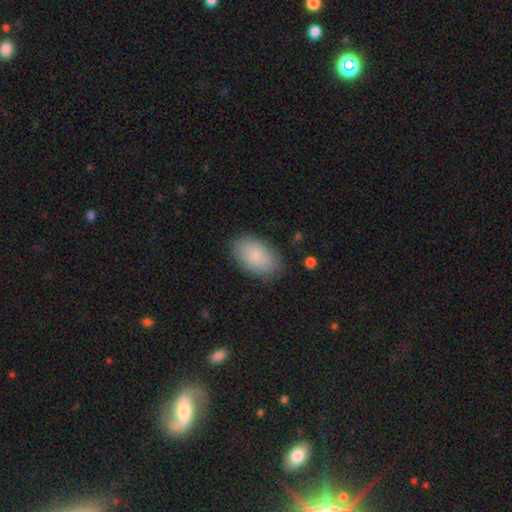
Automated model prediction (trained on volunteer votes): Overall: smooth (86%). How rounded: in between (93%). Merging: none (83%).